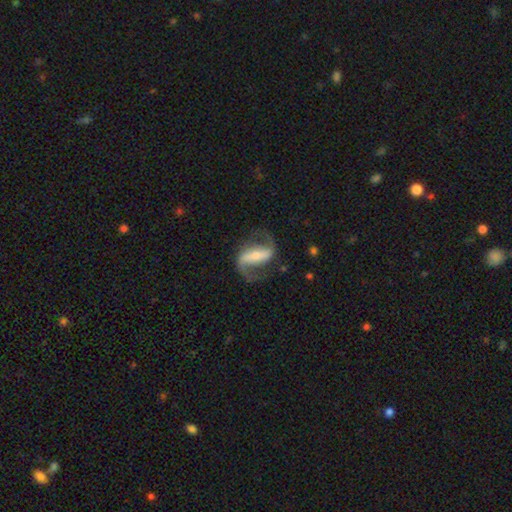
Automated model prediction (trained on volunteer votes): Q: Smooth or featured?
A: featured or disk (87%); runner-up: smooth (9%)
Q: Edge-on disk?
A: no (95%); runner-up: yes (5%)
Q: Bar?
A: strong (66%); runner-up: weak (22%)
Q: Spiral arms?
A: yes (95%); runner-up: no (5%)
Q: Spiral winding?
A: loose (53%); runner-up: medium (38%)
Q: Spiral arm count?
A: 2 (92%); runner-up: 1 (4%)
Q: Bulge size?
A: small (46%); runner-up: moderate (30%)
Q: Merging?
A: none (74%); runner-up: minor disturbance (13%)